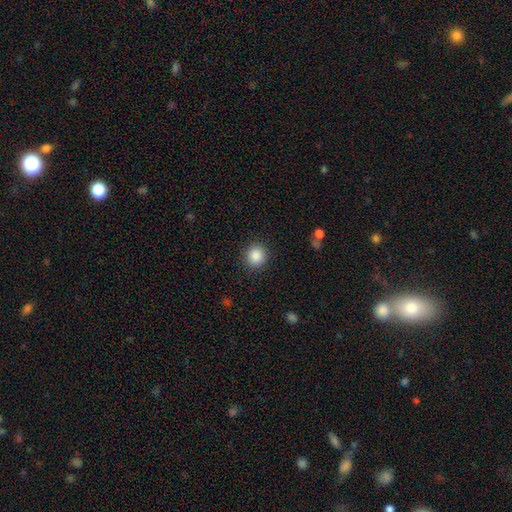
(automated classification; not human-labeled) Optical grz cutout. It shows a smooth galaxy with no disk features (88%) that is round (91%). Merging: none (90%).